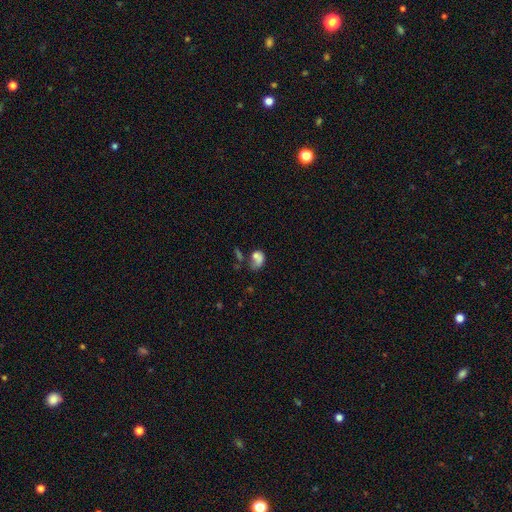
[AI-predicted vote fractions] A smooth galaxy with no disk features (66%) that is in between round and cigar-shaped (76%). Merging: merger (34%).